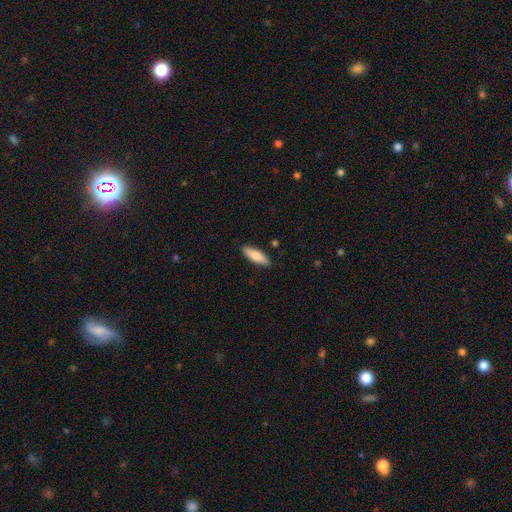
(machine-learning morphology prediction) Smooth or featured? Predicted: smooth (p=0.79). How rounded? Predicted: cigar-shaped (p=0.53). Merging? Predicted: none (p=0.88).